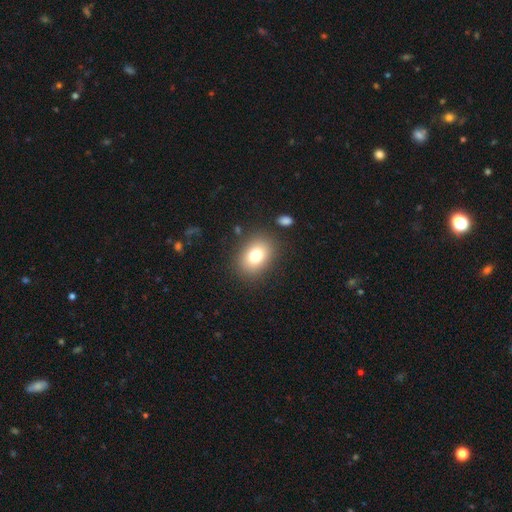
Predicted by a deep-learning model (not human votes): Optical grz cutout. It shows a smooth galaxy with no disk features (77%) that is in between round and cigar-shaped (65%). Merging: none (85%).